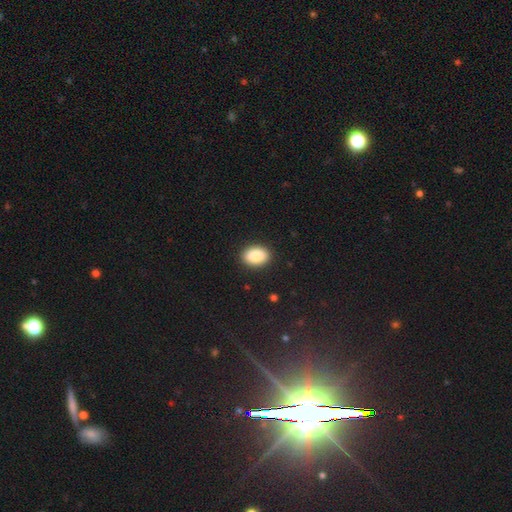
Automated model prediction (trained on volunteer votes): Q: Smooth or featured?
A: smooth (90%); runner-up: star or artifact (7%)
Q: How rounded?
A: in between (84%); runner-up: round (15%)
Q: Merging?
A: none (90%); runner-up: minor disturbance (7%)